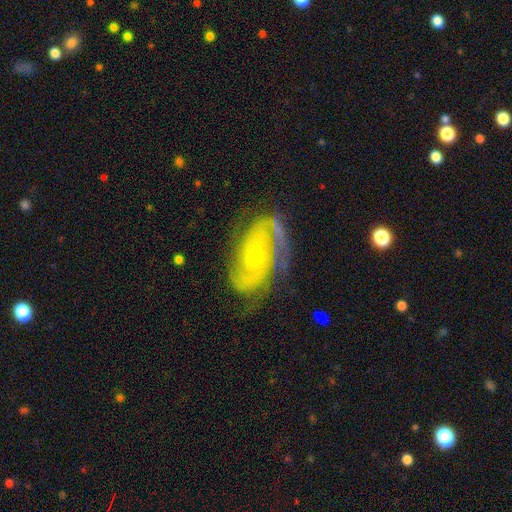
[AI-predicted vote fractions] smooth_or_featured: featured or disk (p=0.86) [alt: smooth p=0.08]
disk_edge_on: no (p=0.96) [alt: yes p=0.04]
bar: no (p=0.65) [alt: weak p=0.26]
has_spiral_arms: yes (p=0.95) [alt: no p=0.05]
spiral_winding: tight (p=0.45) [alt: medium p=0.42]
spiral_arm_count: 2 (p=0.64) [alt: can't tell p=0.14]
bulge_size: small (p=0.77) [alt: moderate p=0.19]
merging: none (p=0.66) [alt: minor disturbance p=0.21]